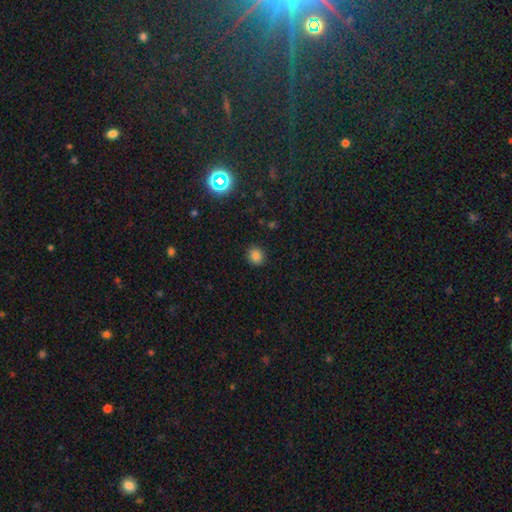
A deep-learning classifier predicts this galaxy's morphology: This is clearly a smooth galaxy (80%). How rounded: likely round (79%). Merging: clearly none (89%).